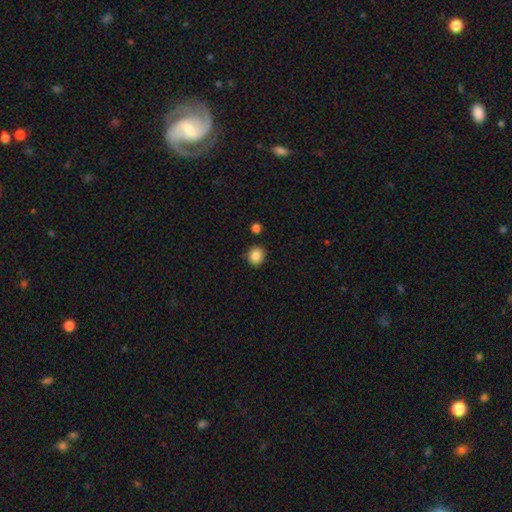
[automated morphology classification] A smooth galaxy with no disk features (87%) that is round (87%).

Vote fractions:
- Smooth or featured? smooth: 87% / star or artifact: 9% / featured or disk: 4%
- How rounded? round: 87% / in between: 13% / cigar-shaped: 1%
- Merging? none: 87% / minor disturbance: 8% / merger: 3% / major disturbance: 2%